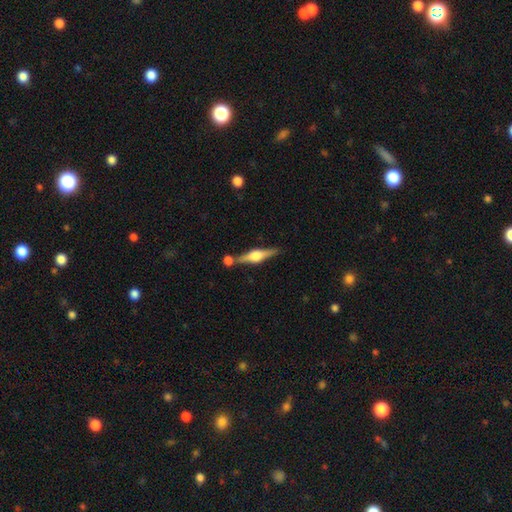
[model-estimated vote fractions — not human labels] Smooth or featured? featured or disk (75%)
Edge-on disk? yes (97%)
Edge-on bulge? rounded (90%)
Merging? none (73%)